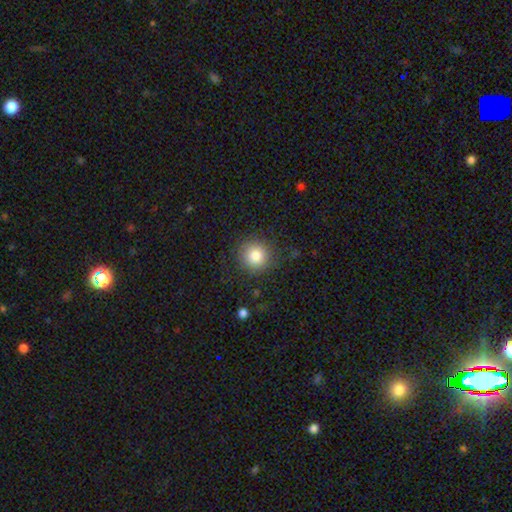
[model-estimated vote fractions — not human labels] Smooth or featured? Predicted: smooth (p=0.82). How rounded? Predicted: round (p=0.94). Merging? Predicted: none (p=0.86).